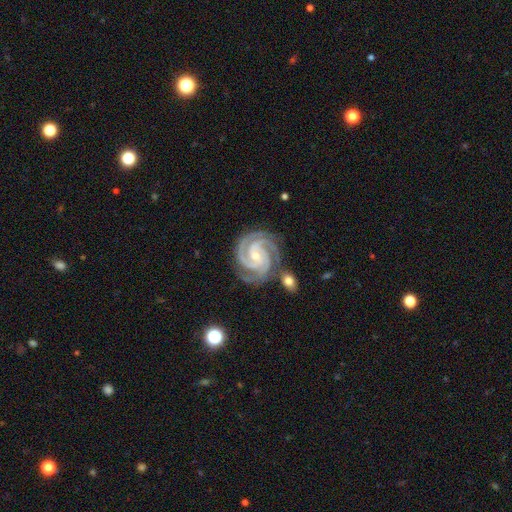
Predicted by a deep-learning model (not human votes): A featured or disk galaxy (94%) with no bar (56%), 3 (54%) tight (78%) spiral arms (99%) and a small central bulge (70%). Merging: none (77%).